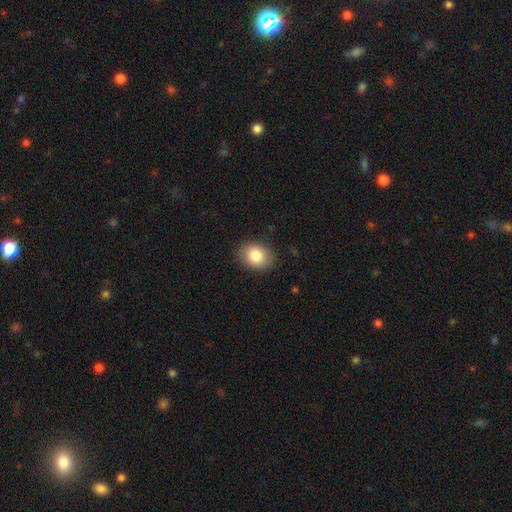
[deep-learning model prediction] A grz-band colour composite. It shows a smooth galaxy with no disk features (85%) that is in between round and cigar-shaped (63%). Merging: none (86%).